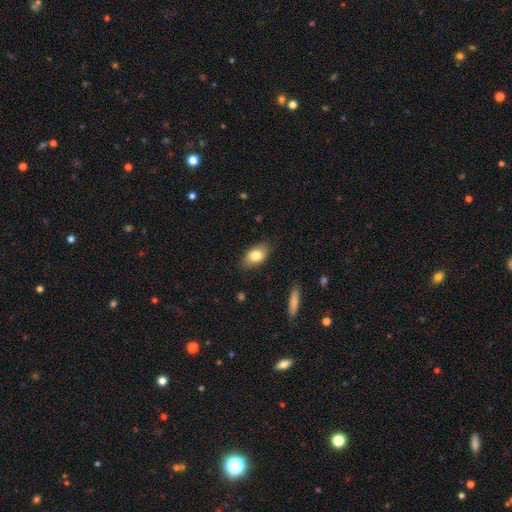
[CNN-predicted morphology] Smooth or featured?
  - smooth: 80% *
  - featured or disk: 13%
  - star or artifact: 7%
How rounded?
  - in between: 90% *
  - round: 7%
  - cigar-shaped: 3%
Merging?
  - none: 84% *
  - minor disturbance: 13%
  - major disturbance: 3%
  - merger: 1%